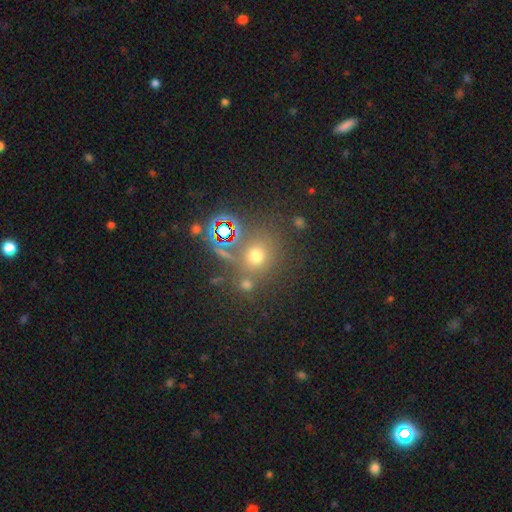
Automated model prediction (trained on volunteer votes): smooth 60%, star or artifact 30%, featured or disk 10%. Down the decision tree: how rounded — round (83%); merging — none (71%).